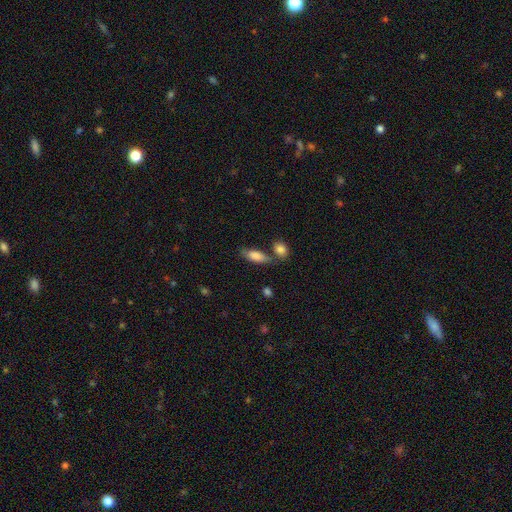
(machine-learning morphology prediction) smooth 79%, featured or disk 14%, star or artifact 7%. Down the decision tree: how rounded — in between (72%); merging — none (64%).